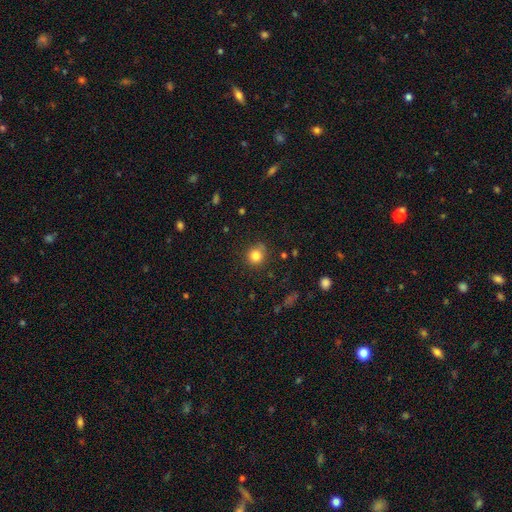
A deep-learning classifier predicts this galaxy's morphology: A smooth galaxy with no disk features (82%) that is round (88%).

Vote fractions:
- Smooth or featured? smooth: 82% / star or artifact: 12% / featured or disk: 6%
- How rounded? round: 88% / in between: 11% / cigar-shaped: 1%
- Merging? none: 81% / minor disturbance: 14% / major disturbance: 3% / merger: 2%